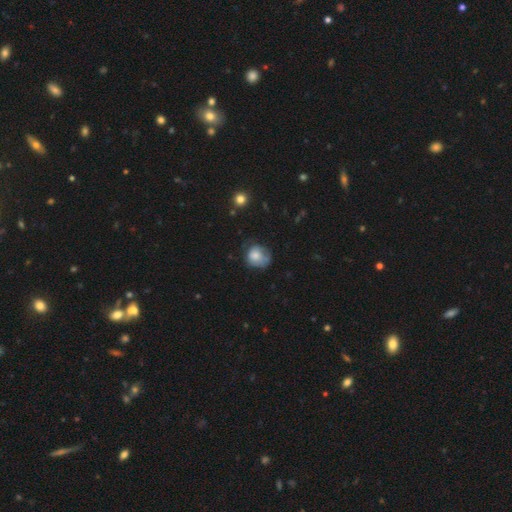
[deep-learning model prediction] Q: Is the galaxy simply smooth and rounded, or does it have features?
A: smooth — 72%.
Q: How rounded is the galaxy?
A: round — 73%.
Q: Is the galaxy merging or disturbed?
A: none — 45%.